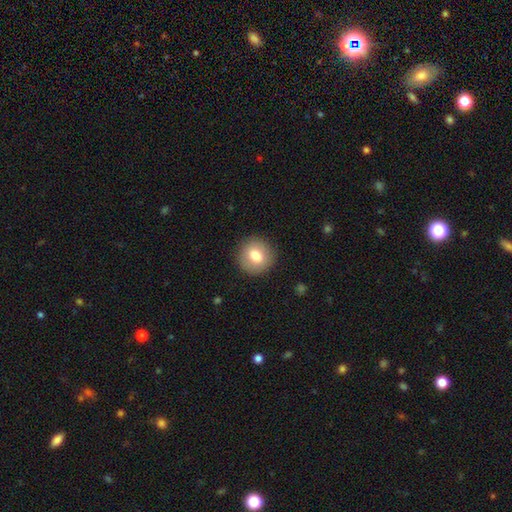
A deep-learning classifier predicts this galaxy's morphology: Smooth or featured?
  - smooth: 76% *
  - featured or disk: 15%
  - star or artifact: 8%
How rounded?
  - round: 90% *
  - in between: 9%
  - cigar-shaped: 1%
Merging?
  - none: 90% *
  - minor disturbance: 7%
  - major disturbance: 2%
  - merger: 1%